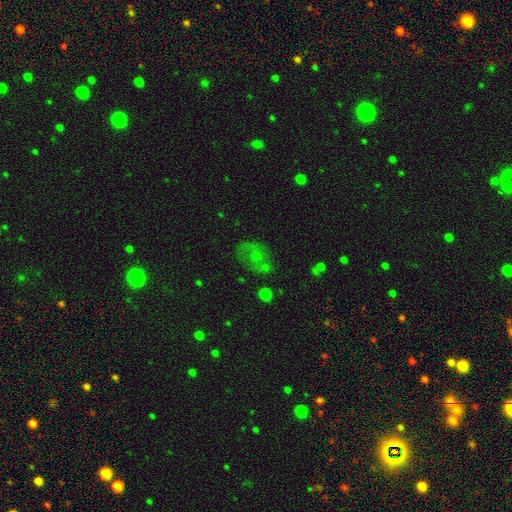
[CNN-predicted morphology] Overall: smooth (46%; featured or disk 30%). Merging: none (46%; major disturbance 24%).